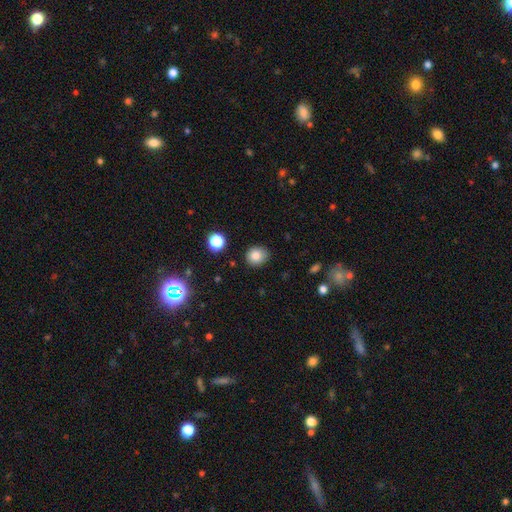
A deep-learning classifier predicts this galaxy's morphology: smooth 83%, star or artifact 11%, featured or disk 6%. Down the decision tree: how rounded — round (75%); merging — none (83%).